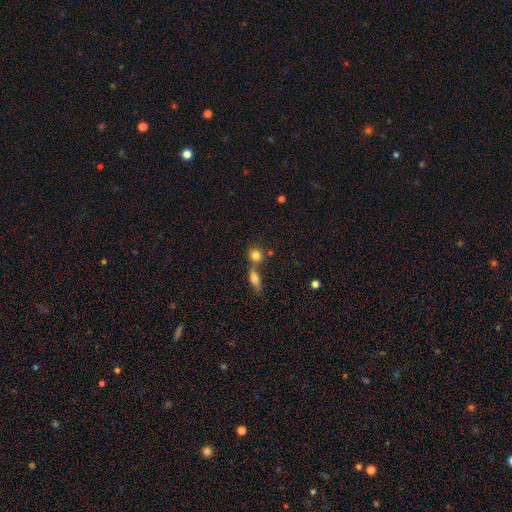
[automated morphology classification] Overall: smooth (81%). How rounded: round (75%). Merging: none (52%; merger 35%).